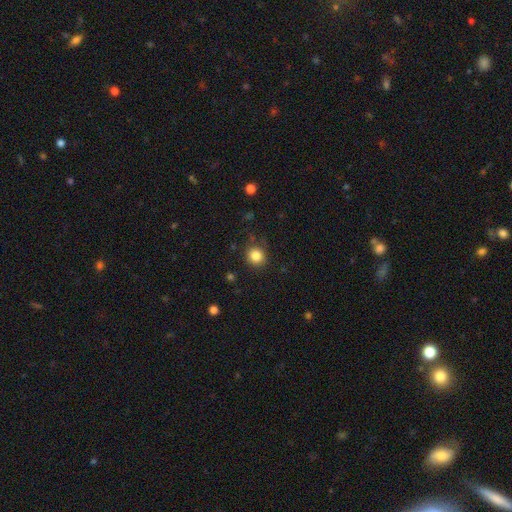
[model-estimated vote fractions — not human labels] smooth_or_featured: smooth (p=0.84) [alt: star or artifact p=0.11]
how_rounded: round (p=0.89) [alt: in between p=0.10]
merging: none (p=0.84) [alt: minor disturbance p=0.11]